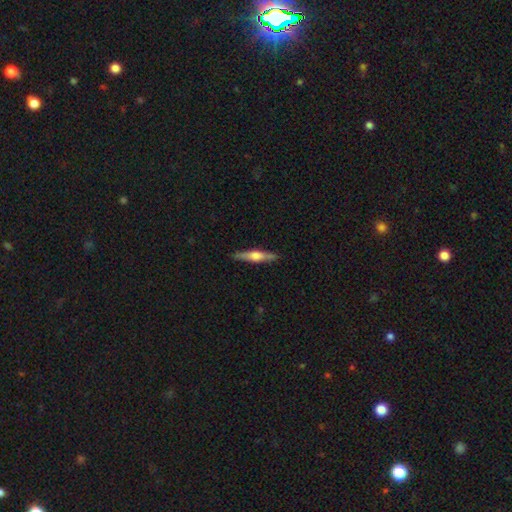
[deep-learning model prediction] The model was most divided on "smooth or featured": featured or disk: 59%, smooth: 36%, star or artifact: 6%. More confident: edge-on disk — yes (96%); merging — none (89%); edge-on bulge — rounded (88%).